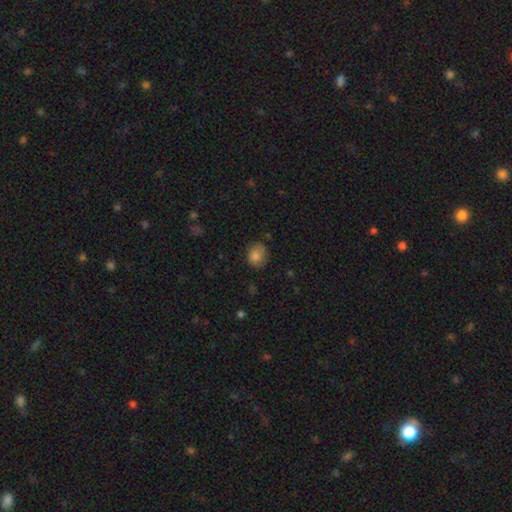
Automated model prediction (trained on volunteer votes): This is clearly a smooth galaxy (81%). How rounded: likely round (65%). Merging: likely none (69%).